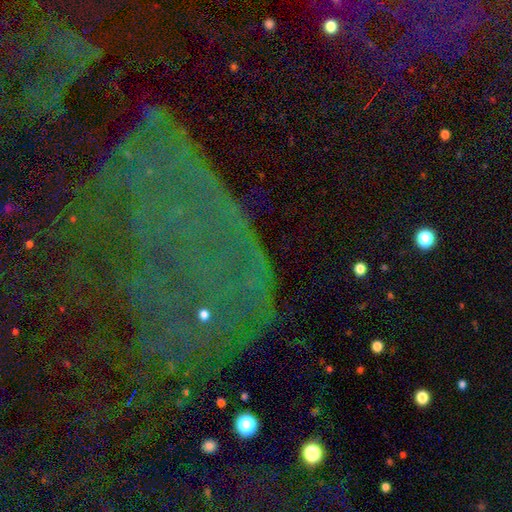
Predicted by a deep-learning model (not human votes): Smooth or featured? star or artifact (71%)